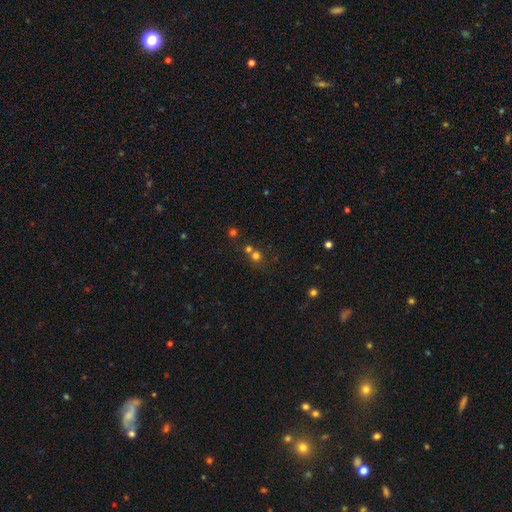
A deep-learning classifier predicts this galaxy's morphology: This appears to be a smooth galaxy with no disk features (66%) that is round (89%). Merging: none (54%).